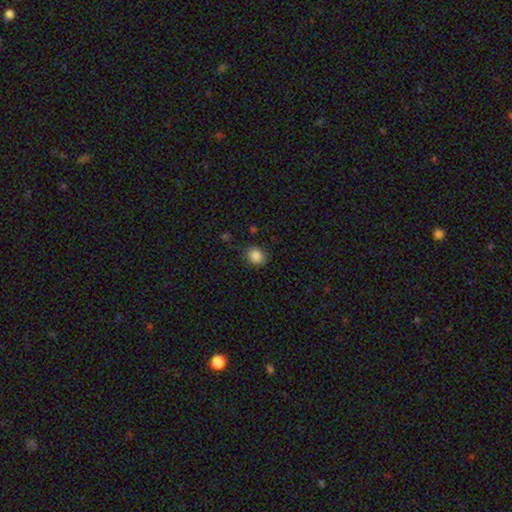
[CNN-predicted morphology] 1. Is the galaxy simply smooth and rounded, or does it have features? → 86% smooth, 10% star or artifact, 4% featured or disk.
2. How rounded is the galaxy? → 62% round, 37% in between, 1% cigar-shaped.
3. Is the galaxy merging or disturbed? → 79% none, 16% minor disturbance, 4% major disturbance, 2% merger.